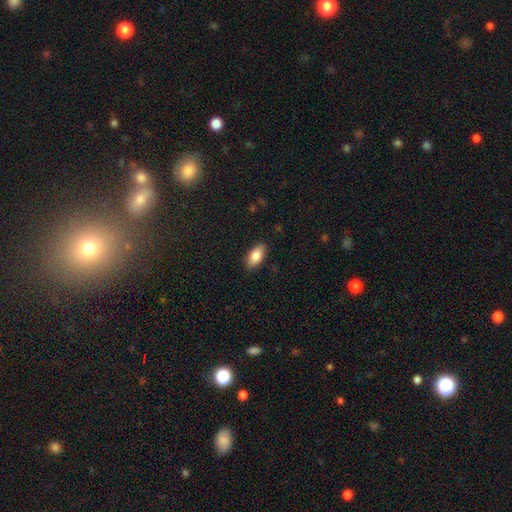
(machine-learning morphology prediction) smooth 85%, featured or disk 8%, star or artifact 7%. Down the decision tree: how rounded — in between (90%); merging — none (87%).